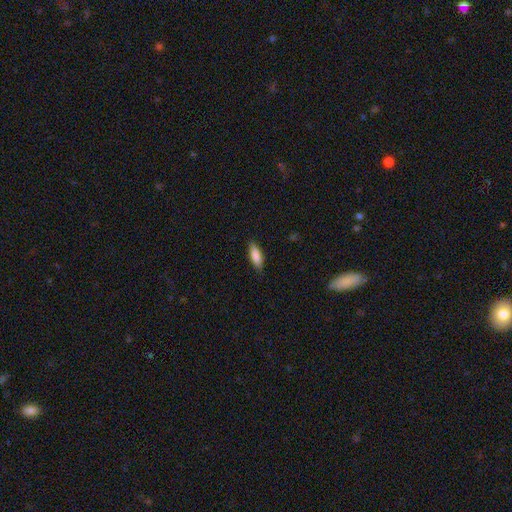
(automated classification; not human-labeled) This is clearly a smooth galaxy (85%). How rounded: likely in between (64%). Merging: clearly none (84%).